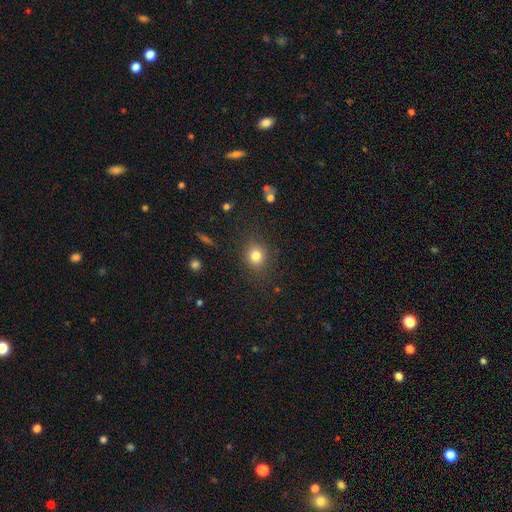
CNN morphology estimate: smooth-or-featured: smooth: 81% | star or artifact: 12% | featured or disk: 7%
  how-rounded: round: 72% | in between: 27% | cigar-shaped: 1%
  merging: none: 84% | minor disturbance: 11% | major disturbance: 4% | merger: 1%